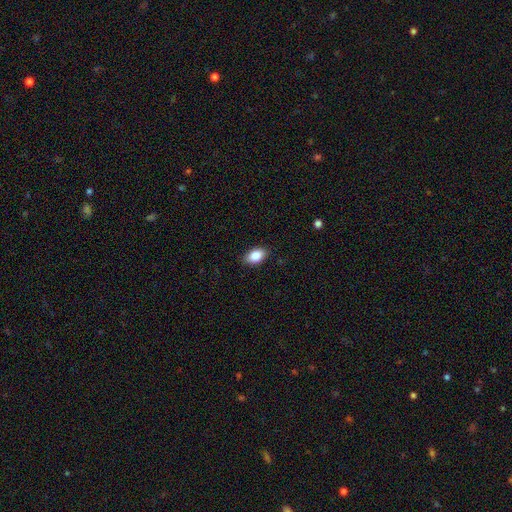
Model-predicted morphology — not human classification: Overall: smooth (86%). How rounded: in between (89%). Merging: none (87%).